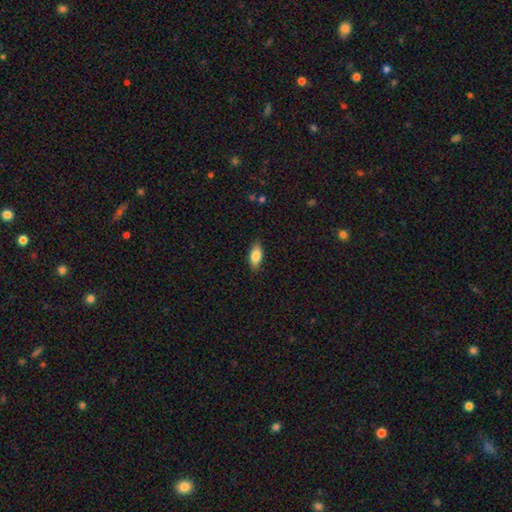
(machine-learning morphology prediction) Smooth or featured?
  - smooth: 84% *
  - featured or disk: 10%
  - star or artifact: 7%
How rounded?
  - in between: 86% *
  - cigar-shaped: 12%
  - round: 3%
Merging?
  - none: 86% *
  - minor disturbance: 11%
  - major disturbance: 2%
  - merger: 1%